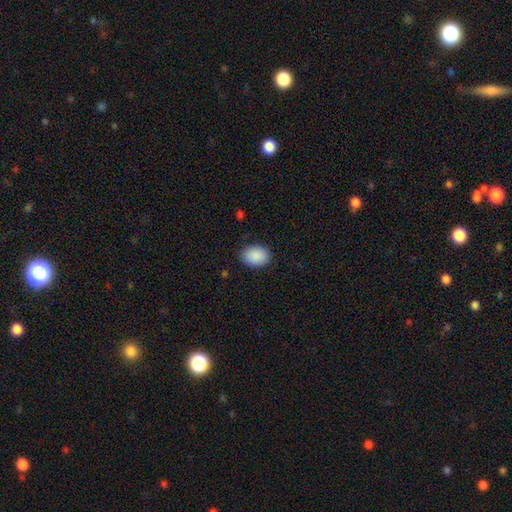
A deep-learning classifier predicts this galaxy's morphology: type=smooth (91%); roundness=in between (71%); merging=none (87%).